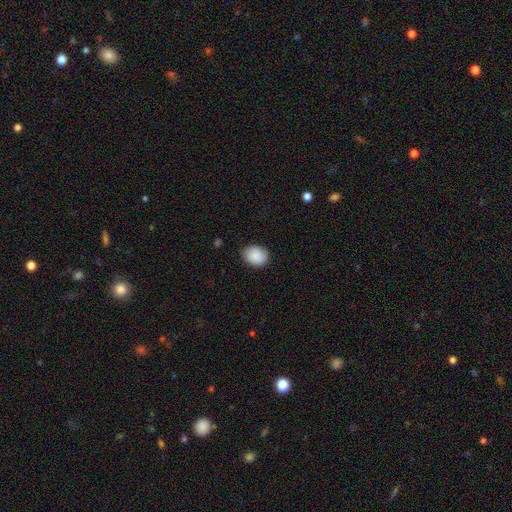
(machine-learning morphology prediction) Q: Smooth or featured?
A: smooth (89%); runner-up: star or artifact (7%)
Q: How rounded?
A: in between (58%); runner-up: round (42%)
Q: Merging?
A: none (82%); runner-up: minor disturbance (15%)